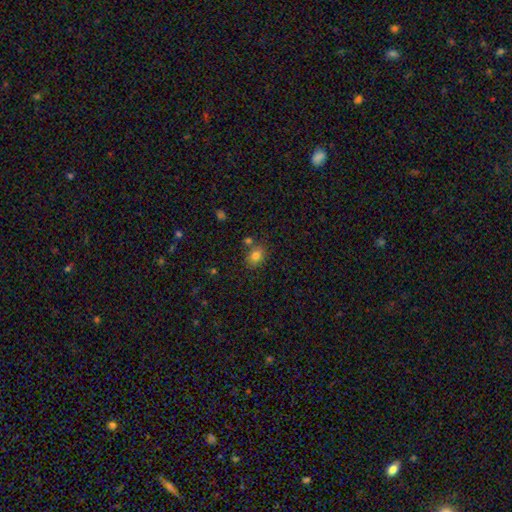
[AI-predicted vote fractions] smooth 80%, star or artifact 12%, featured or disk 8%. Down the decision tree: how rounded — in between (60%); merging — none (71%).